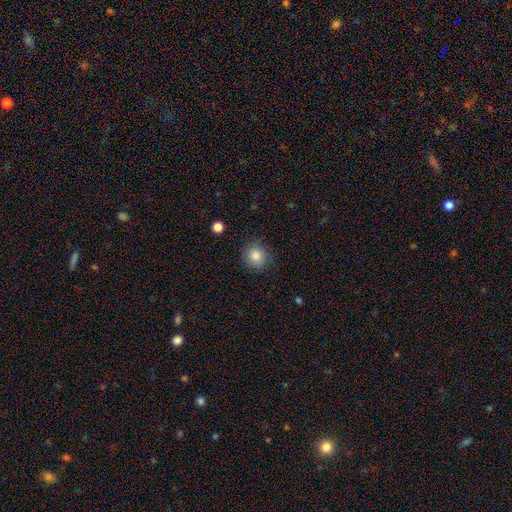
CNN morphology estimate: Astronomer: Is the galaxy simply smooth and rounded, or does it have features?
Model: smooth — 85%.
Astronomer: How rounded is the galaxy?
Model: round — 87%.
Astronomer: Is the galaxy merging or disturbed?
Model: none — 86%.